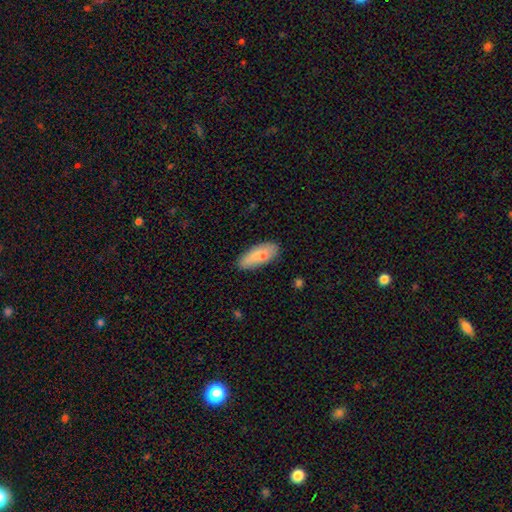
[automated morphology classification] Smooth or featured? Predicted: smooth (p=0.80). How rounded? Predicted: in between (p=0.79). Merging? Predicted: none (p=0.79).